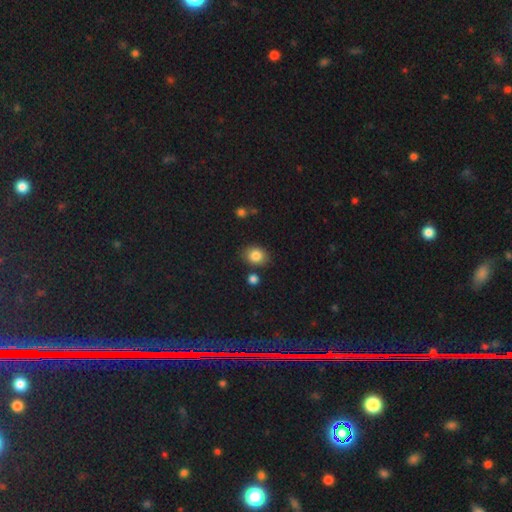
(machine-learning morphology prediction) Smooth or featured? Predicted: smooth (p=0.84). How rounded? Predicted: in between (p=0.50). Merging? Predicted: none (p=0.79).